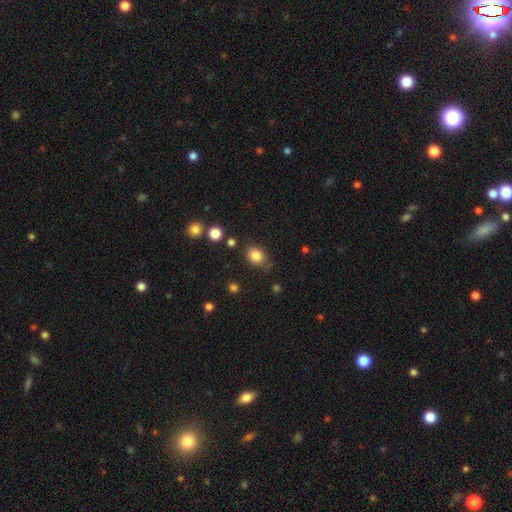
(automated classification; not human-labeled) Smooth or featured?
  - smooth: 83% *
  - star or artifact: 10%
  - featured or disk: 6%
How rounded?
  - in between: 55% *
  - round: 44%
  - cigar-shaped: 1%
Merging?
  - none: 74% *
  - minor disturbance: 18%
  - major disturbance: 5%
  - merger: 3%